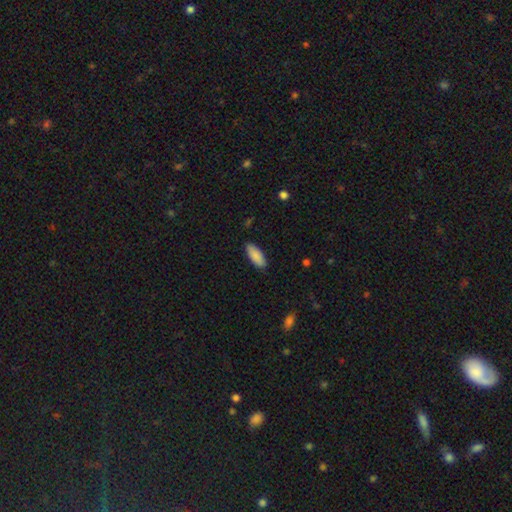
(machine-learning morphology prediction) Smooth or featured?
  - smooth: 89% *
  - star or artifact: 6%
  - featured or disk: 6%
How rounded?
  - in between: 79% *
  - cigar-shaped: 19%
  - round: 2%
Merging?
  - none: 87% *
  - minor disturbance: 10%
  - major disturbance: 2%
  - merger: 1%